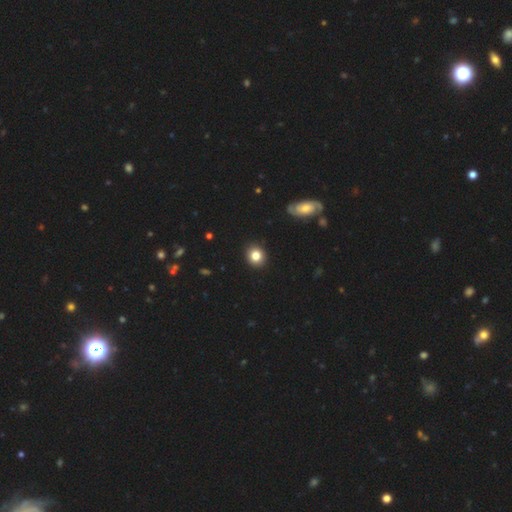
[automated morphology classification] Smooth or featured?
  - smooth: 82% *
  - star or artifact: 10%
  - featured or disk: 8%
How rounded?
  - round: 73% *
  - in between: 26%
  - cigar-shaped: 1%
Merging?
  - none: 90% *
  - minor disturbance: 7%
  - major disturbance: 2%
  - merger: 1%